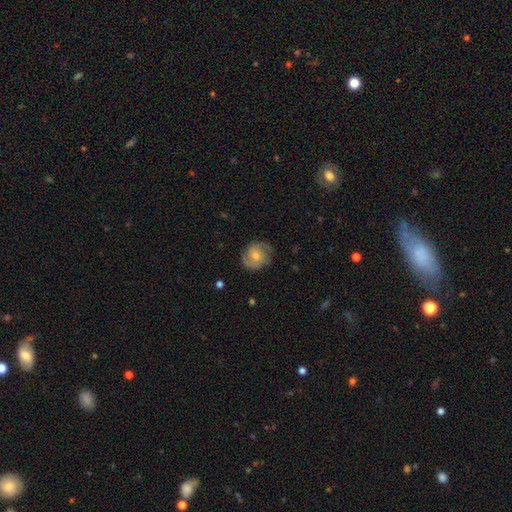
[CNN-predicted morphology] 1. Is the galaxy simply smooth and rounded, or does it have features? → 64% featured or disk, 29% smooth, 7% star or artifact.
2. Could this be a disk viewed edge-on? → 98% no, 2% yes.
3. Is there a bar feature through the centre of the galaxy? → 55% no, 38% weak, 7% strong.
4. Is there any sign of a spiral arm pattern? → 91% yes, 9% no.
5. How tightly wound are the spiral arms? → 46% medium, 36% tight, 18% loose.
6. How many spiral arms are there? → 81% 2, 9% can't tell, 4% 1, 3% 3, 1% 4, 1% more than 4.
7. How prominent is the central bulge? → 47% moderate, 45% small, 4% none, 3% large, 1% dominant.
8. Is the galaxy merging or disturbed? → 79% none, 15% minor disturbance, 5% major disturbance, 1% merger.